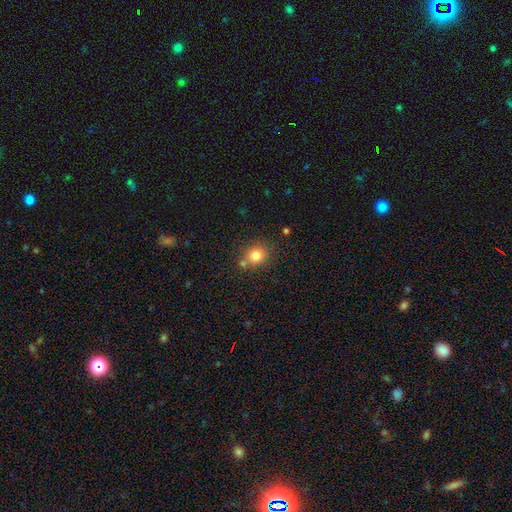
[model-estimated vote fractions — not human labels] smooth-or-featured: smooth: 81% | star or artifact: 11% | featured or disk: 8%
  how-rounded: round: 77% | in between: 22% | cigar-shaped: 1%
  merging: none: 70% | merger: 15% | minor disturbance: 12% | major disturbance: 3%